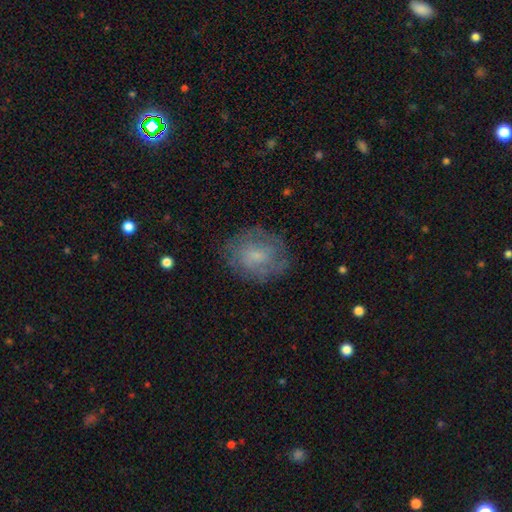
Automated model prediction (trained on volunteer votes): Morphology: type=smooth (50%); merging=none (73%).